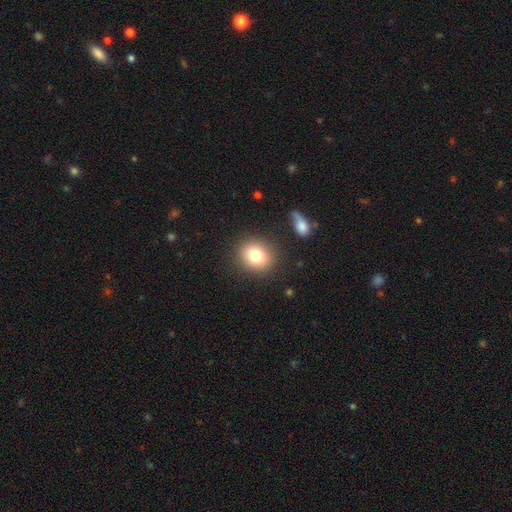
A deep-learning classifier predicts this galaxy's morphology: Smooth or featured?
  - smooth: 80% *
  - star or artifact: 10%
  - featured or disk: 10%
How rounded?
  - round: 71% *
  - in between: 28%
  - cigar-shaped: 1%
Merging?
  - none: 85% *
  - minor disturbance: 9%
  - major disturbance: 3%
  - merger: 3%